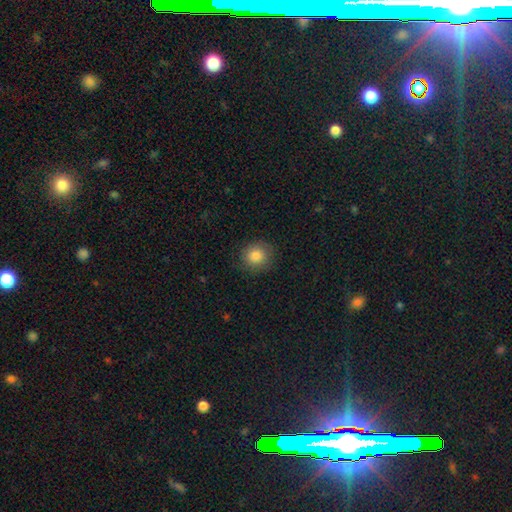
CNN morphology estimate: Overall: smooth (82%). How rounded: round (89%). Merging: none (85%).